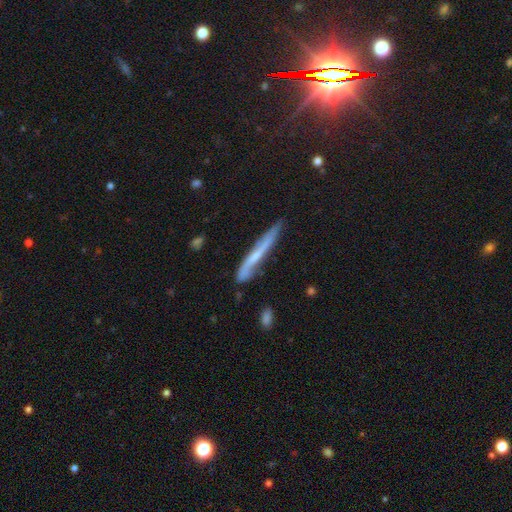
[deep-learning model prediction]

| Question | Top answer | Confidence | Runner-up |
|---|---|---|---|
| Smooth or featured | featured or disk | 54% | smooth (39%) |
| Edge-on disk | yes | 78% | no (22%) |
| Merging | none | 60% | minor disturbance (27%) |